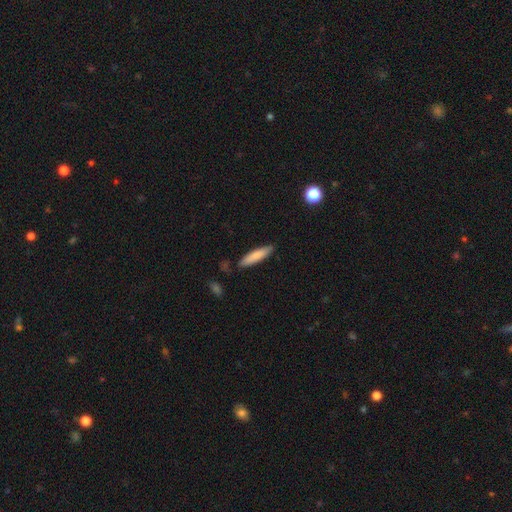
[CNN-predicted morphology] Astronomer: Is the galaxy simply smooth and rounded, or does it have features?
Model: smooth — 79%.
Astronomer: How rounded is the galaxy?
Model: cigar-shaped — 80%.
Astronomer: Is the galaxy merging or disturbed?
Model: none — 85%.